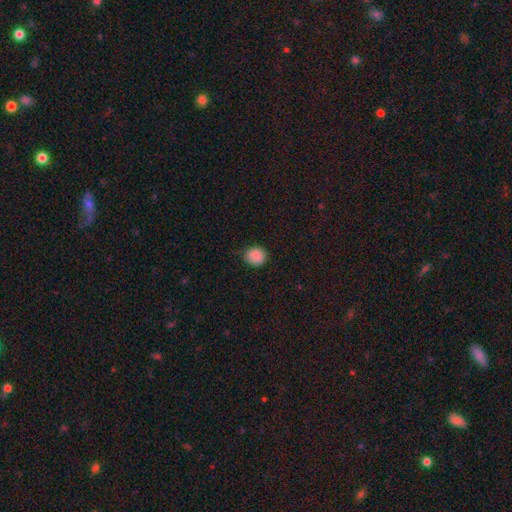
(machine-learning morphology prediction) type=smooth (88%); roundness=round (83%); merging=none (79%).